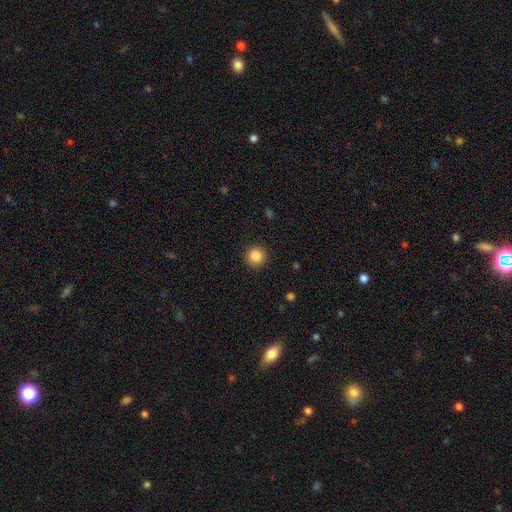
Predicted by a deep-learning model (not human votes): This is clearly a smooth galaxy (86%). How rounded: clearly round (95%). Merging: clearly none (92%).